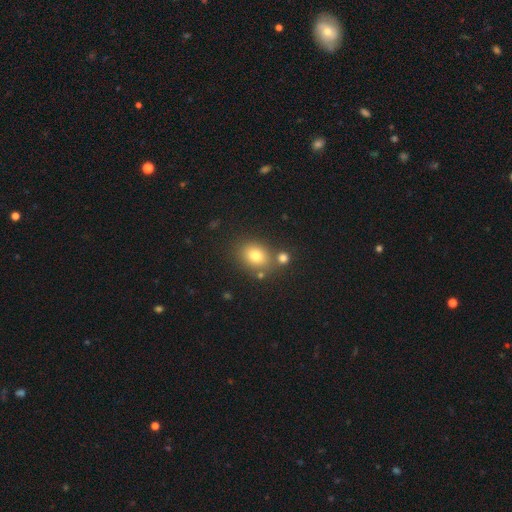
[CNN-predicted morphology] Overall: smooth (77%). How rounded: in between (53%; round 46%). Merging: none (70%).